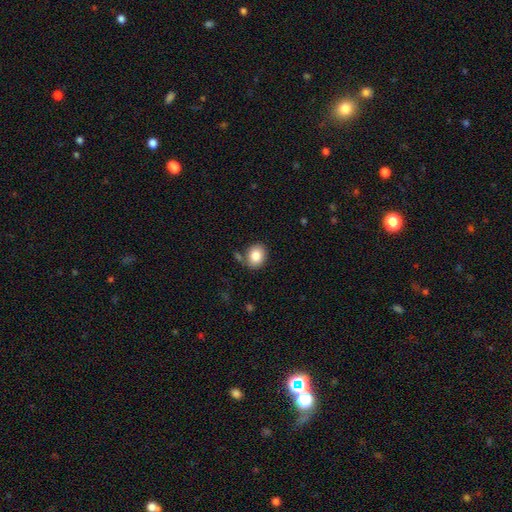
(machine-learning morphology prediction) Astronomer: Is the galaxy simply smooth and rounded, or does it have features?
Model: smooth — 85%.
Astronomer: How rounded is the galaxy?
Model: round — 60% (runner-up: in between, 39%).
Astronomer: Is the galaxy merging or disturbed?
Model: none — 74%.